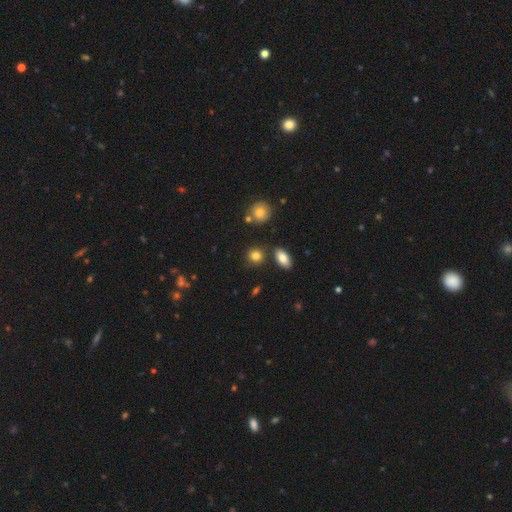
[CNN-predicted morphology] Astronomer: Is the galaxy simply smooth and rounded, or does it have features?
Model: smooth — 83%.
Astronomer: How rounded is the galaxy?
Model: round — 79%.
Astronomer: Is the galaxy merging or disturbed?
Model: none — 80%.